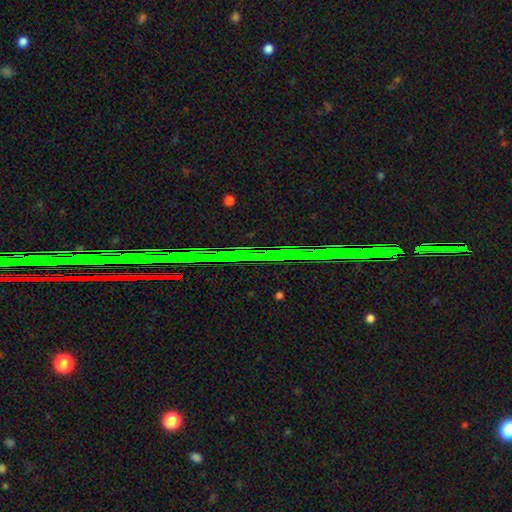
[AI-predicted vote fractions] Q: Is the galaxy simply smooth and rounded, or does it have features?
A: star or artifact — 87%.